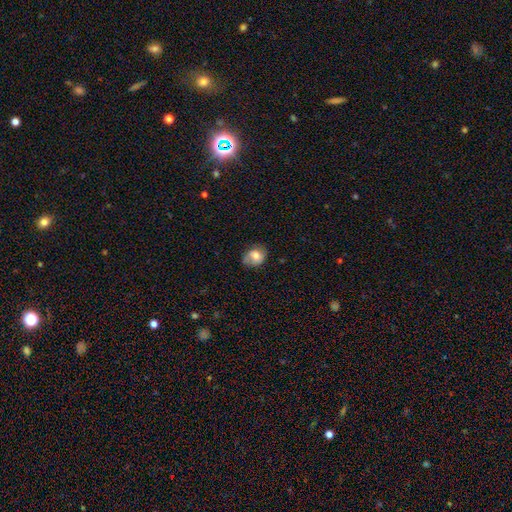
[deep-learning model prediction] This appears to be a smooth galaxy with no disk features (69%) that is round (52%). Merging: none (58%).